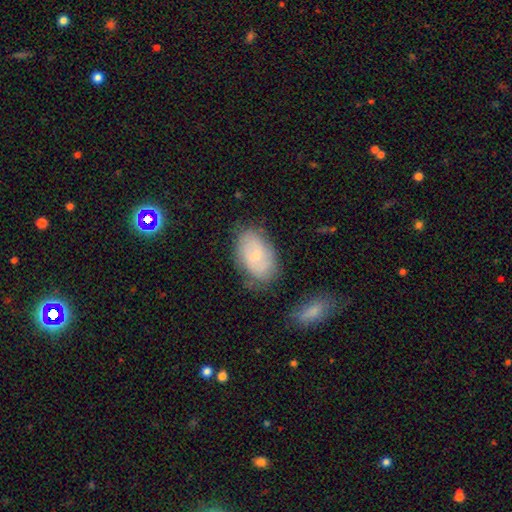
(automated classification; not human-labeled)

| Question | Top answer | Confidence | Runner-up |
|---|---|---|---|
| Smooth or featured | smooth | 49% | featured or disk (43%) |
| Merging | none | 68% | minor disturbance (21%) |